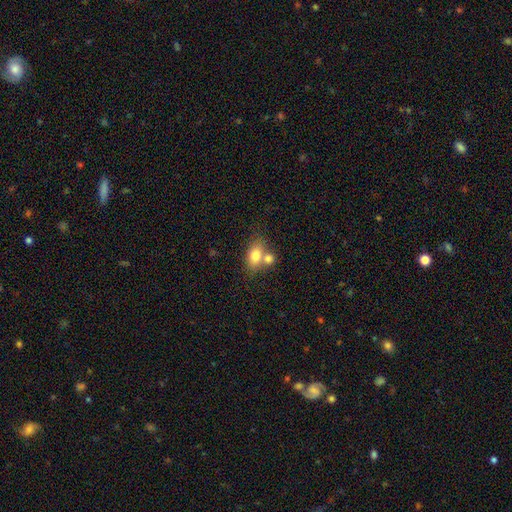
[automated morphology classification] smooth-or-featured: smooth: 77% | featured or disk: 15% | star or artifact: 8%
  how-rounded: in between: 76% | round: 21% | cigar-shaped: 3%
  merging: merger: 44% | none: 41% | minor disturbance: 11% | major disturbance: 4%